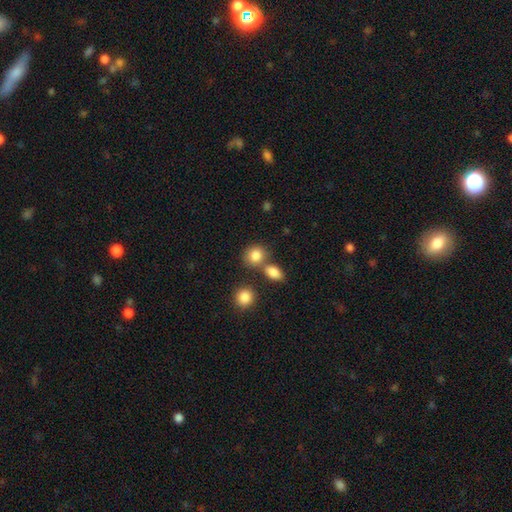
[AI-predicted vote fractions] smooth 84%, star or artifact 10%, featured or disk 6%. Down the decision tree: how rounded — round (69%); merging — none (57%).